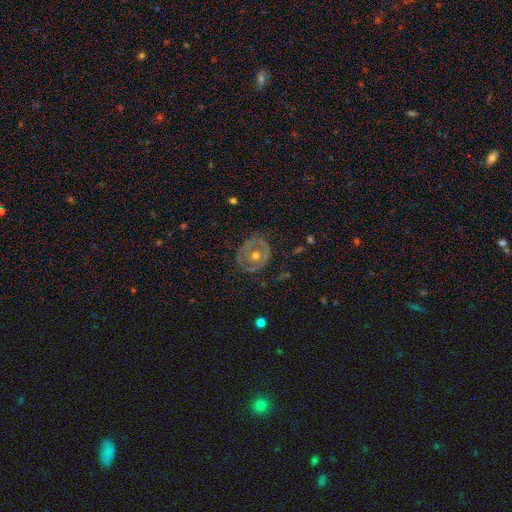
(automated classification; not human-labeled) smooth-or-featured: featured or disk: 65% | smooth: 28% | star or artifact: 7%
  disk-edge-on: no: 96% | yes: 4%
    bar: no: 84% | weak: 12% | strong: 4%
    has-spiral-arms: no: 71% | yes: 29%
    bulge-size: moderate: 77% | small: 15% | large: 6% | none: 1% | dominant: 1%
  merging: none: 75% | minor disturbance: 17% | major disturbance: 7% | merger: 1%